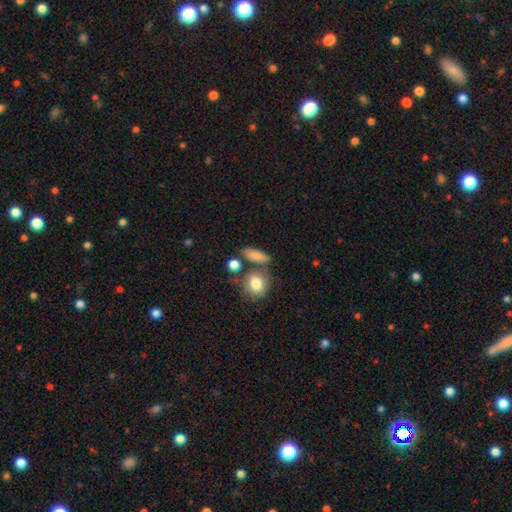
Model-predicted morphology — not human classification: smooth-or-featured: smooth: 82% | featured or disk: 9% | star or artifact: 9%
  how-rounded: in between: 56% | cigar-shaped: 25% | round: 19%
  merging: none: 65% | merger: 15% | minor disturbance: 14% | major disturbance: 5%